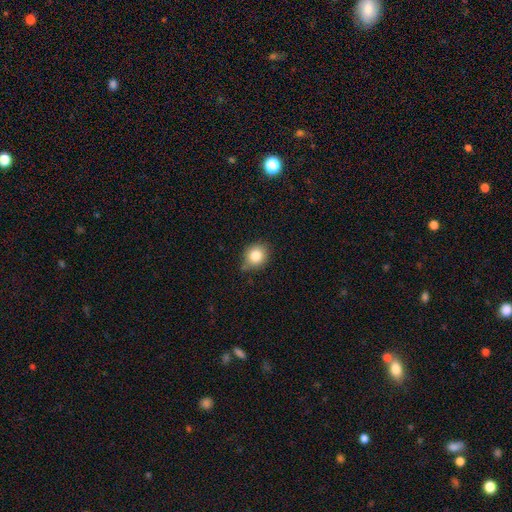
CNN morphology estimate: smooth-or-featured: smooth: 83% | star or artifact: 10% | featured or disk: 7%
  how-rounded: round: 73% | in between: 26% | cigar-shaped: 1%
  merging: none: 74% | minor disturbance: 20% | major disturbance: 3% | merger: 3%